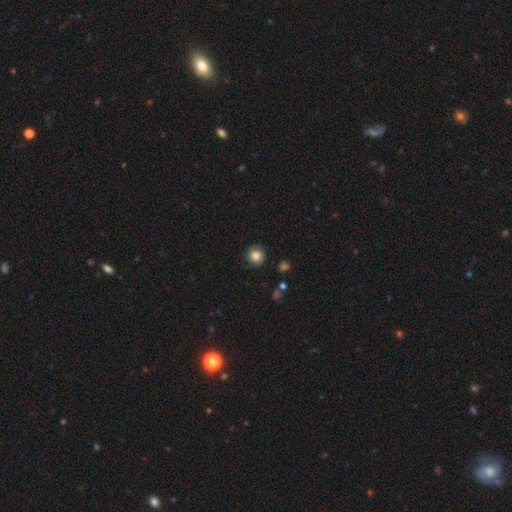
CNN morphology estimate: The model was most divided on "merging": none: 81%, minor disturbance: 14%, major disturbance: 4%, merger: 2%. More confident: how rounded — round (89%); smooth or featured — smooth (81%).